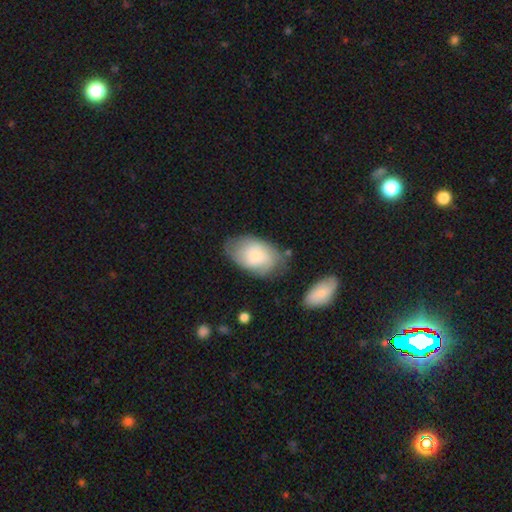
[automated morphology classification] type=smooth (49%); merging=none (66%).